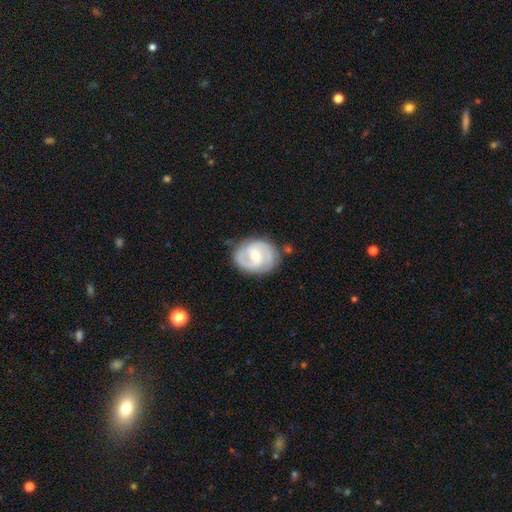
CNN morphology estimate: Smooth or featured?
  - featured or disk: 77% *
  - smooth: 18%
  - star or artifact: 5%
Edge-on disk?
  - no: 97% *
  - yes: 3%
Bar?
  - weak: 52% *
  - no: 31%
  - strong: 17%
Spiral arms?
  - yes: 91% *
  - no: 9%
Spiral winding?
  - medium: 47% *
  - tight: 38%
  - loose: 15%
Spiral arm count?
  - 2: 77% *
  - can't tell: 10%
  - 3: 7%
  - 1: 2%
  - 4: 2%
  - more than 4: 1%
Bulge size?
  - moderate: 54% *
  - small: 42%
  - large: 2%
  - none: 1%
  - dominant: 1%
Merging?
  - none: 76% *
  - minor disturbance: 17%
  - major disturbance: 5%
  - merger: 2%